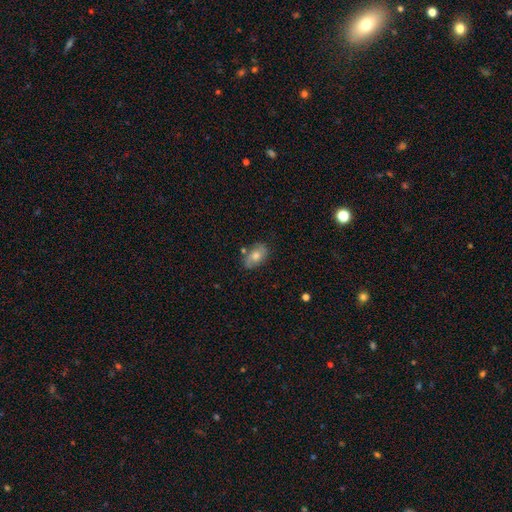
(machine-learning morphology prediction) Q: Smooth or featured?
A: smooth (62%); runner-up: featured or disk (28%)
Q: How rounded?
A: in between (87%); runner-up: round (11%)
Q: Merging?
A: none (75%); runner-up: minor disturbance (16%)